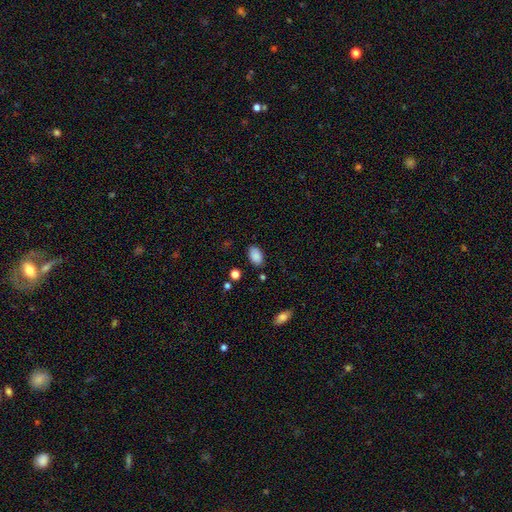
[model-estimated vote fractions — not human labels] Smooth or featured?
  - smooth: 88% *
  - star or artifact: 8%
  - featured or disk: 4%
How rounded?
  - in between: 91% *
  - round: 8%
  - cigar-shaped: 1%
Merging?
  - none: 82% *
  - minor disturbance: 13%
  - major disturbance: 3%
  - merger: 2%